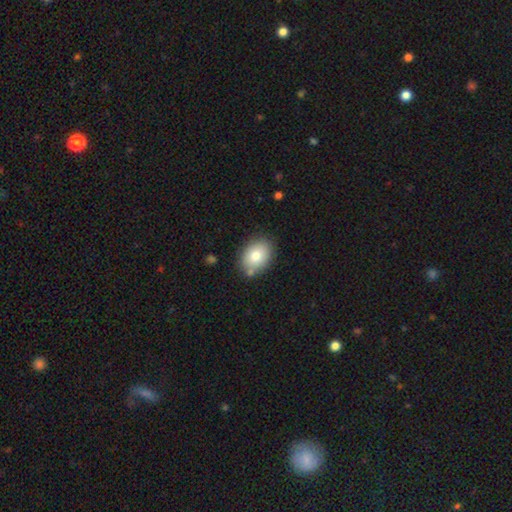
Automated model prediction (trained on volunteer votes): A smooth galaxy with no disk features (80%) that is in between round and cigar-shaped (75%). Merging: none (79%).